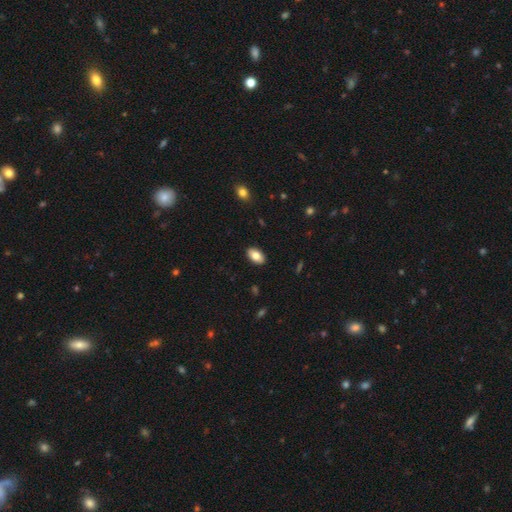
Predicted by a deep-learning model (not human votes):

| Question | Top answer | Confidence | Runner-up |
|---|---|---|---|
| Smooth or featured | smooth | 81% | featured or disk (12%) |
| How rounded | in between | 93% | round (5%) |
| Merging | none | 89% | minor disturbance (8%) |